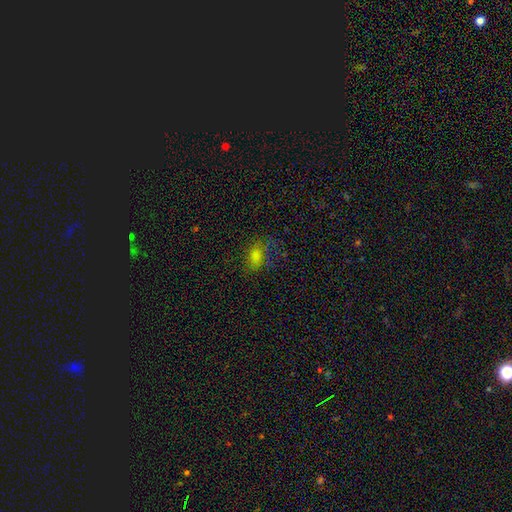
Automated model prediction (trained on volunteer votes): Smooth or featured: smooth — 62% (star or artifact — 23%)
How rounded: in between — 75% (round — 22%)
Merging: none — 55% (minor disturbance — 22%)